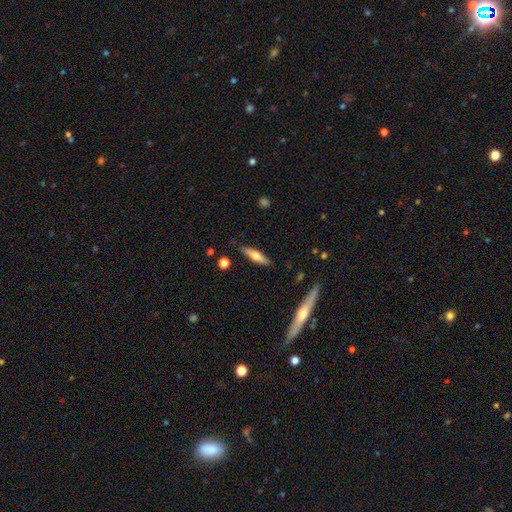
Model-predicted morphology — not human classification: This appears to be a smooth galaxy with no disk features (53%) that is cigar-shaped (69%). Merging: none (84%).